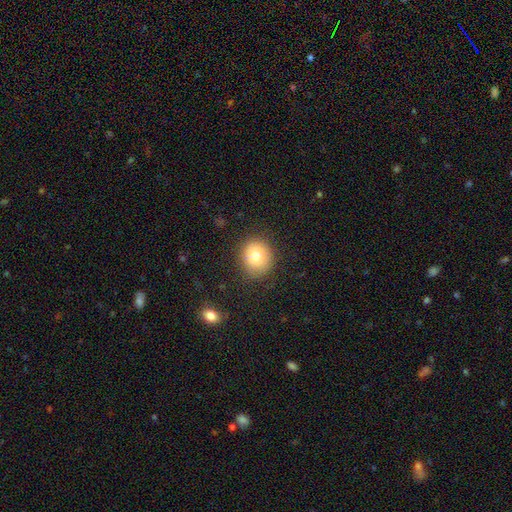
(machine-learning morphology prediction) This is likely a smooth galaxy (79%). How rounded: likely round (75%). Merging: clearly none (83%).